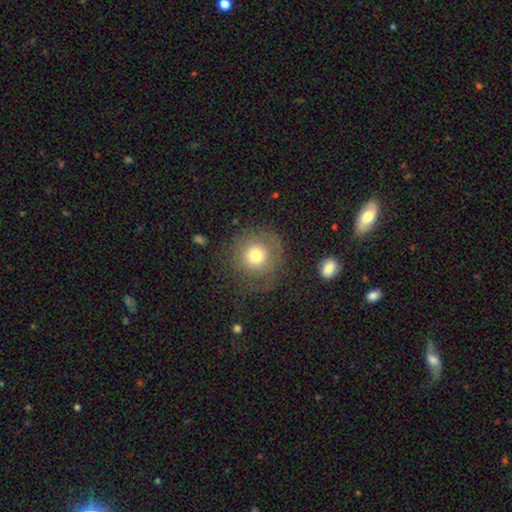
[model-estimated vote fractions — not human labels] smooth 70%, featured or disk 19%, star or artifact 11%. Down the decision tree: how rounded — round (92%); merging — none (69%).